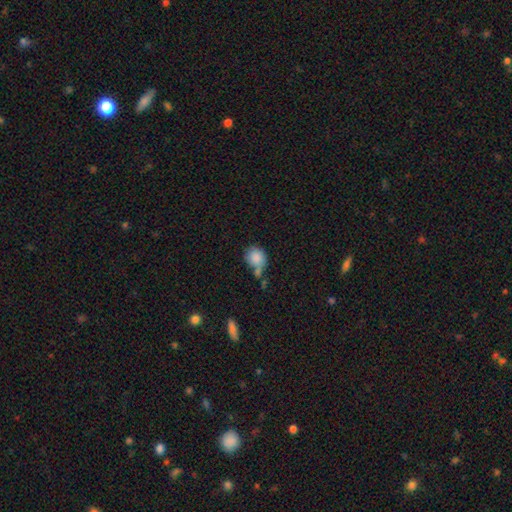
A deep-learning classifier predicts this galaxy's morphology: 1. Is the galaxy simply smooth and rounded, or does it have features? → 85% smooth, 8% star or artifact, 7% featured or disk.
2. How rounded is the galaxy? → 75% round, 24% in between, 1% cigar-shaped.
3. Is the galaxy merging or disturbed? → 45% none, 26% merger, 21% minor disturbance, 8% major disturbance.